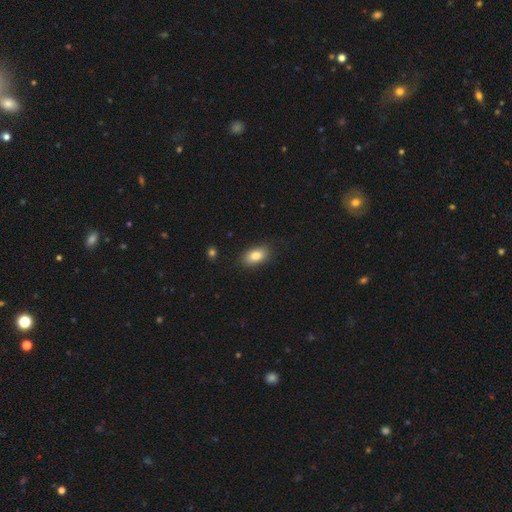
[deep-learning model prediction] Smooth or featured: smooth — 81% (featured or disk — 11%)
How rounded: in between — 89% (round — 8%)
Merging: none — 87% (minor disturbance — 10%)